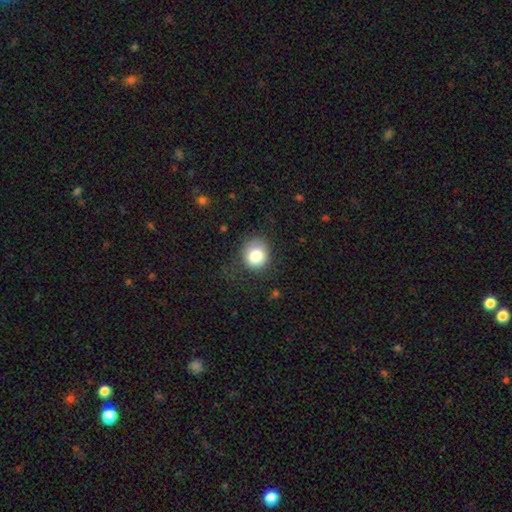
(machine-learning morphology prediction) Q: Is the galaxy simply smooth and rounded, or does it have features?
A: smooth — 82%.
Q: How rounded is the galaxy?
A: round — 82%.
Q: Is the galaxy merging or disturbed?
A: none — 74%.